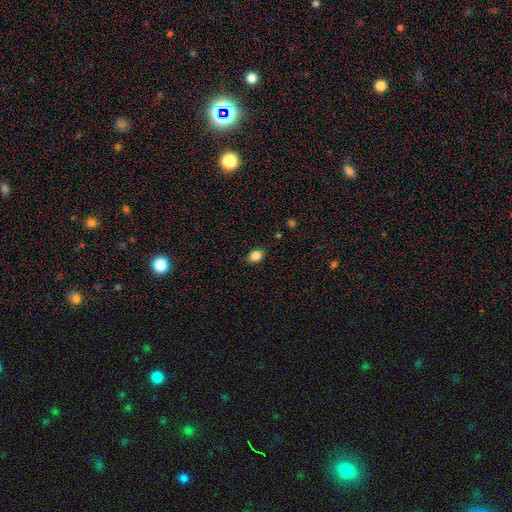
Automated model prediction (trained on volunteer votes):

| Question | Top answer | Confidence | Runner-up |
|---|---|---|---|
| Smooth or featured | smooth | 85% | star or artifact (10%) |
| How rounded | in between | 75% | round (24%) |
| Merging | none | 85% | minor disturbance (11%) |